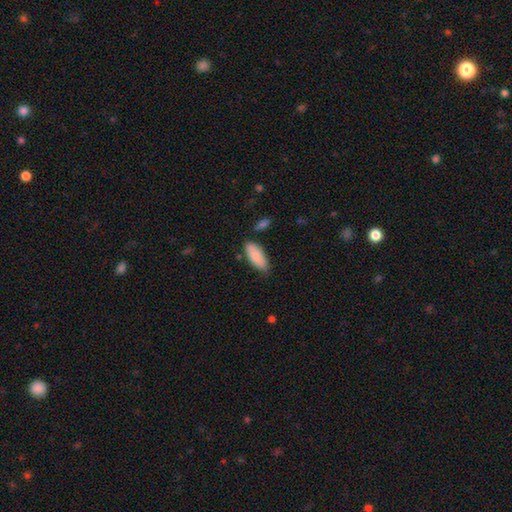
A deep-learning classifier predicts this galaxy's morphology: Smooth or featured? Predicted: smooth (p=0.86). How rounded? Predicted: in between (p=0.82). Merging? Predicted: none (p=0.77).